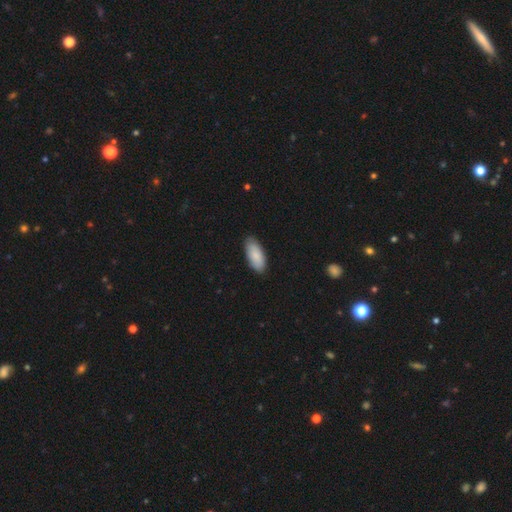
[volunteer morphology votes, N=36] A smooth galaxy with no disk features (81%) that is in between round and cigar-shaped (86%). Merging: none (89%).